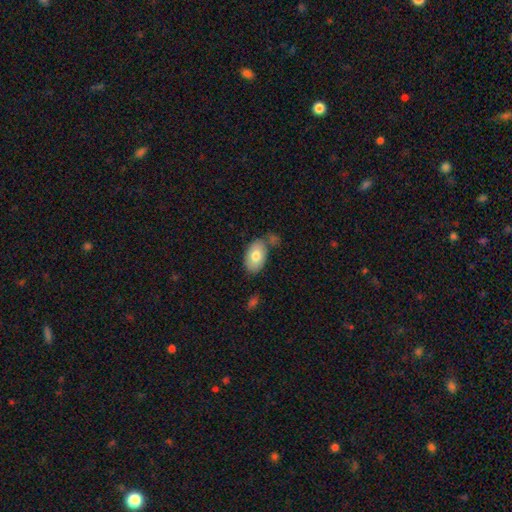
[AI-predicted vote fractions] Morphology: type=smooth (78%); roundness=in between (92%); merging=none (66%).